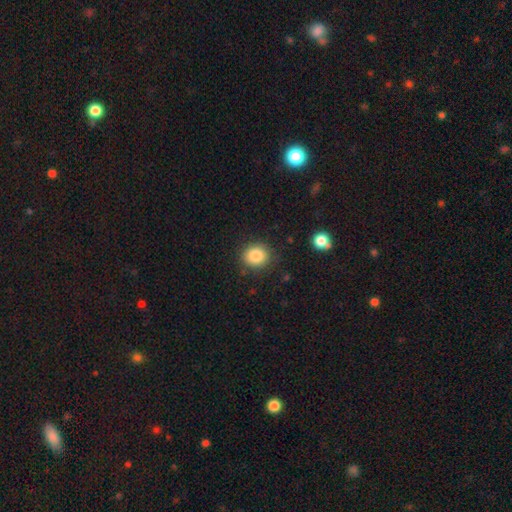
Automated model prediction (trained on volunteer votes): This appears to be a smooth galaxy with no disk features (85%) that is round (75%). Merging: none (87%).